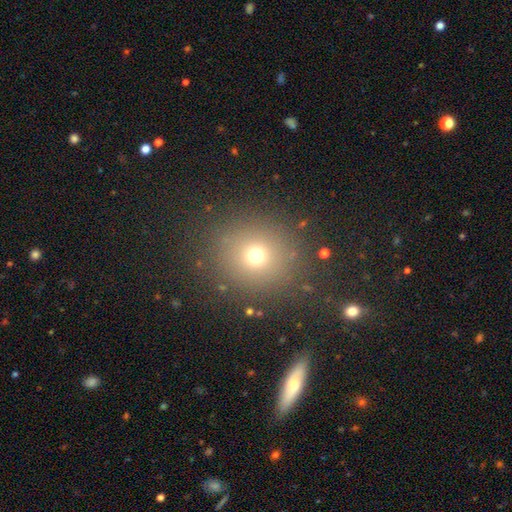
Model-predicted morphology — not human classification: Smooth or featured? smooth (68%)
How rounded? round (87%)
Merging? none (85%)